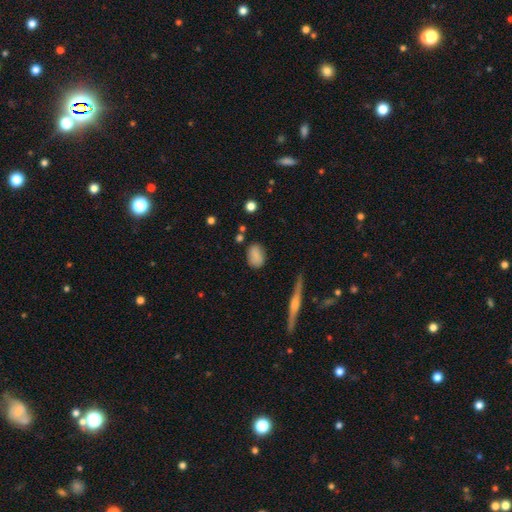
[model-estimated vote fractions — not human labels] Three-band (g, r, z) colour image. It shows a smooth galaxy with no disk features (84%) that is in between round and cigar-shaped (80%). Merging: none (76%).